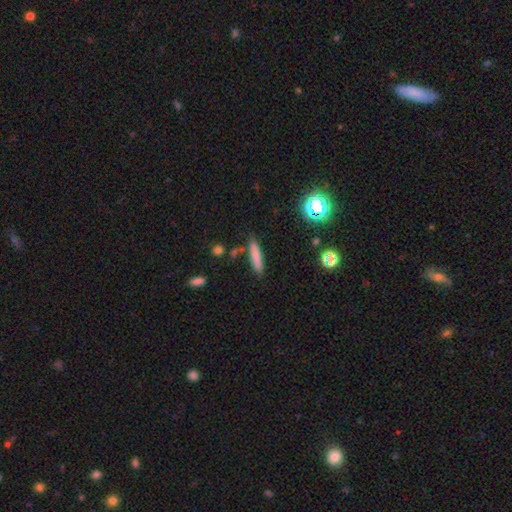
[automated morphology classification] This appears to be a smooth galaxy with no disk features (77%) that is cigar-shaped (85%). Merging: none (82%).